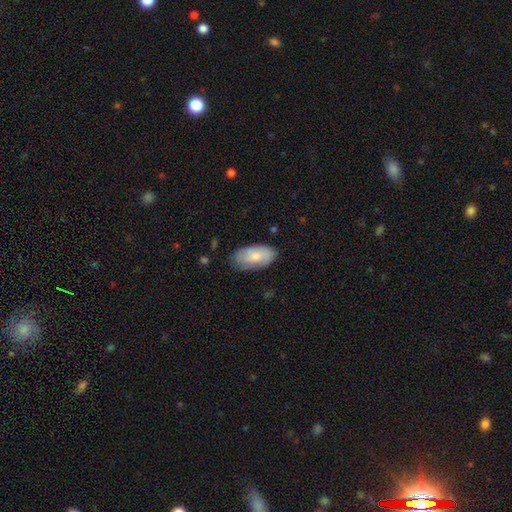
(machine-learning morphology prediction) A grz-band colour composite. It shows a smooth galaxy with no disk features (77%) that is in between round and cigar-shaped (94%). Merging: none (74%).